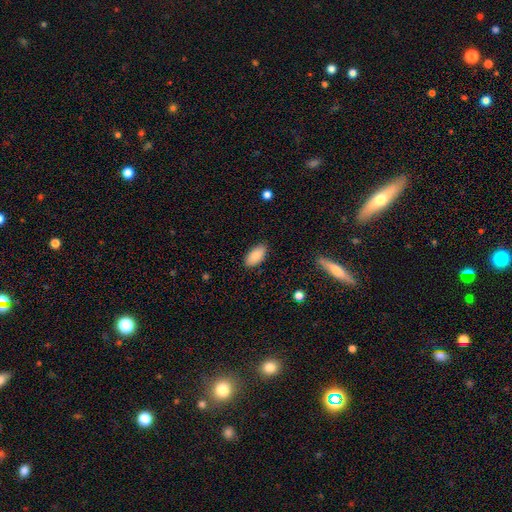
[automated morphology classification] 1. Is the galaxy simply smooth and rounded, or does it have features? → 88% smooth, 7% star or artifact, 6% featured or disk.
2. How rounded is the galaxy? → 93% in between, 5% cigar-shaped, 2% round.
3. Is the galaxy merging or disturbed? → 86% none, 11% minor disturbance, 2% major disturbance, 1% merger.